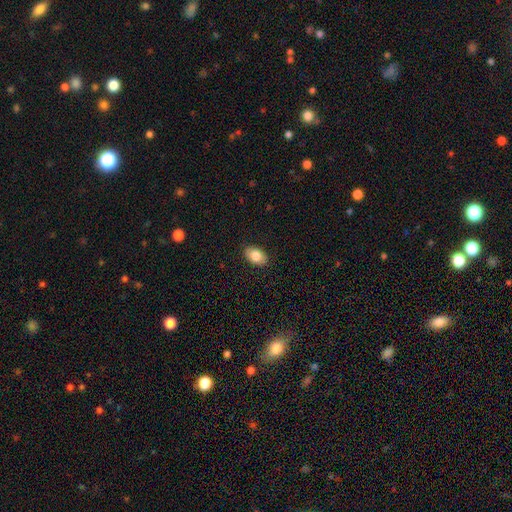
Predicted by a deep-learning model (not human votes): Smooth or featured? smooth (82%)
How rounded? in between (90%)
Merging? none (88%)